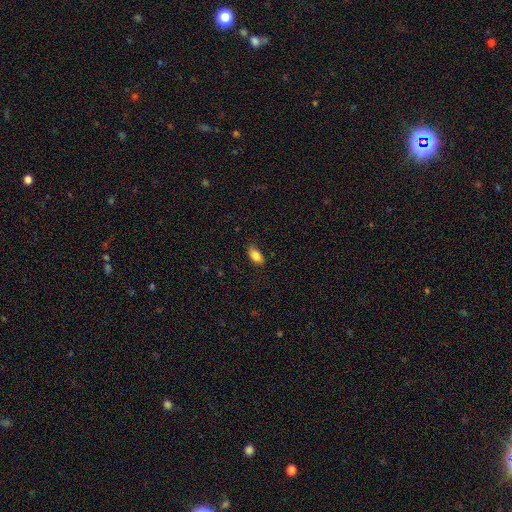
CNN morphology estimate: type=smooth (84%); roundness=in between (89%); merging=none (83%).